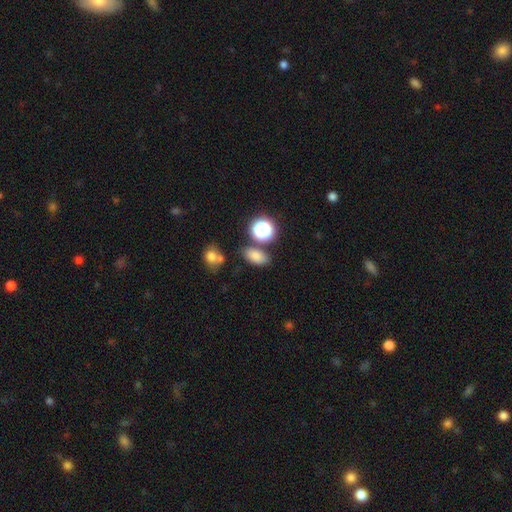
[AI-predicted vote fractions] smooth 76%, star or artifact 16%, featured or disk 8%. Down the decision tree: how rounded — in between (83%); merging — none (75%).